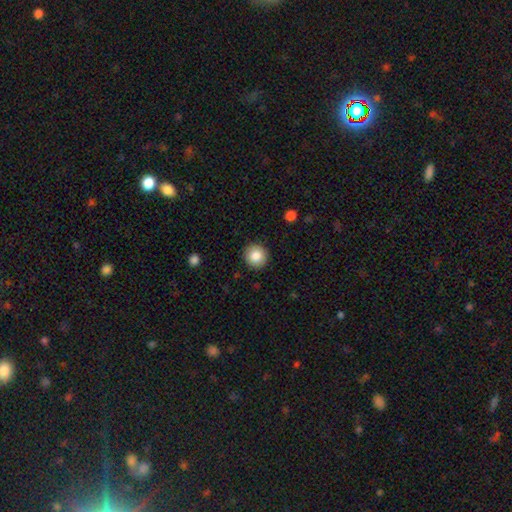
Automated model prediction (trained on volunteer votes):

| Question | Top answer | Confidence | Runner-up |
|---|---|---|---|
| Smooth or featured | smooth | 84% | star or artifact (9%) |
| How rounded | round | 93% | in between (6%) |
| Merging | none | 91% | minor disturbance (6%) |